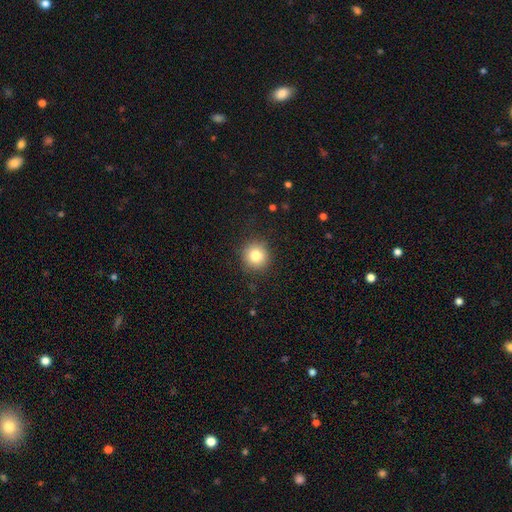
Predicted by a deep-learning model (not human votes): smooth_or_featured: smooth (p=0.81) [alt: star or artifact p=0.11]
how_rounded: round (p=0.93) [alt: in between p=0.06]
merging: none (p=0.89) [alt: minor disturbance p=0.08]